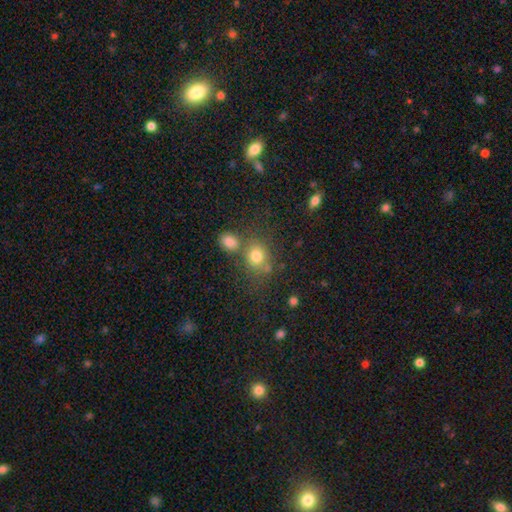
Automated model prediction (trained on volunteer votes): Q: Smooth or featured?
A: smooth (57%); runner-up: star or artifact (33%)
Q: How rounded?
A: round (77%); runner-up: in between (21%)
Q: Merging?
A: none (58%); runner-up: merger (28%)